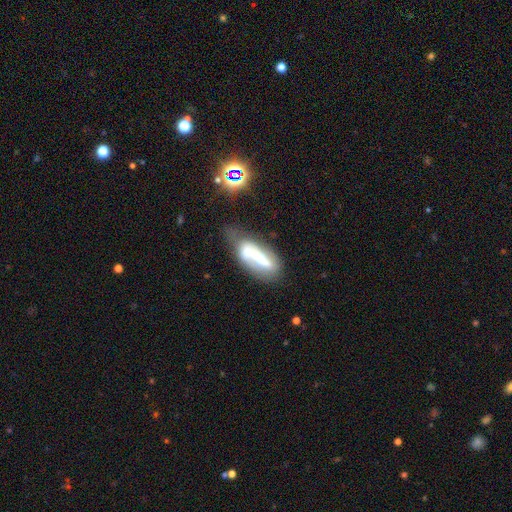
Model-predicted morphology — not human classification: smooth_or_featured: featured or disk (p=0.58) [alt: smooth p=0.31]
disk_edge_on: no (p=0.82) [alt: yes p=0.18]
merging: none (p=0.42) [alt: minor disturbance p=0.29]